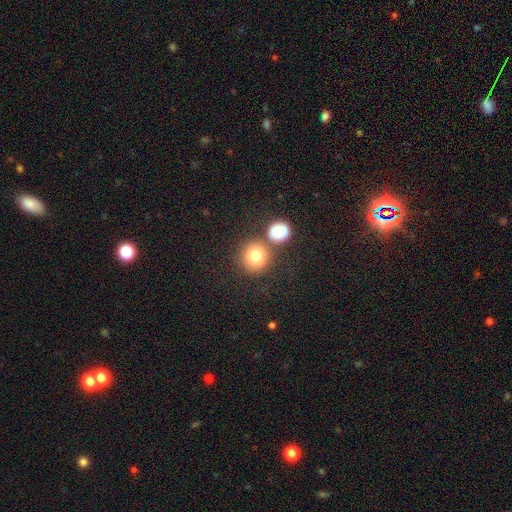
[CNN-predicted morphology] Overall: smooth (79%). How rounded: round (90%). Merging: none (70%).